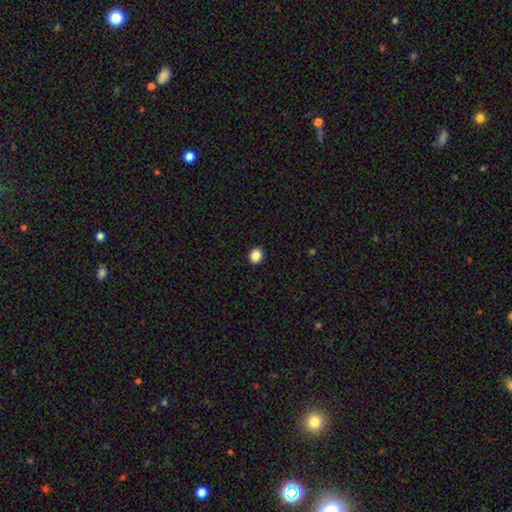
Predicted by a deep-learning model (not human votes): smooth_or_featured: smooth (p=0.86) [alt: star or artifact p=0.10]
how_rounded: round (p=0.85) [alt: in between p=0.14]
merging: none (p=0.93) [alt: minor disturbance p=0.04]